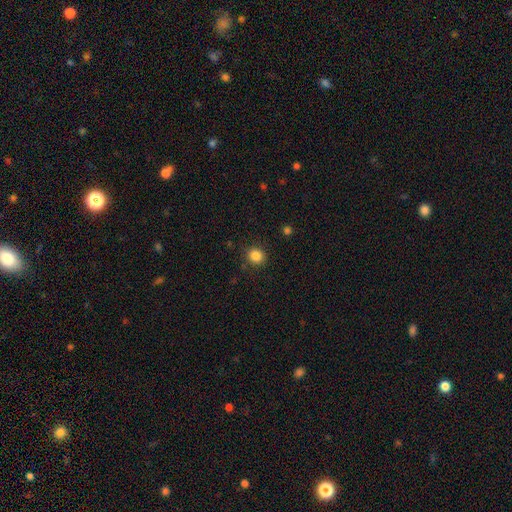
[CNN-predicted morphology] This is clearly a smooth galaxy (85%). How rounded: clearly round (82%). Merging: clearly none (88%).